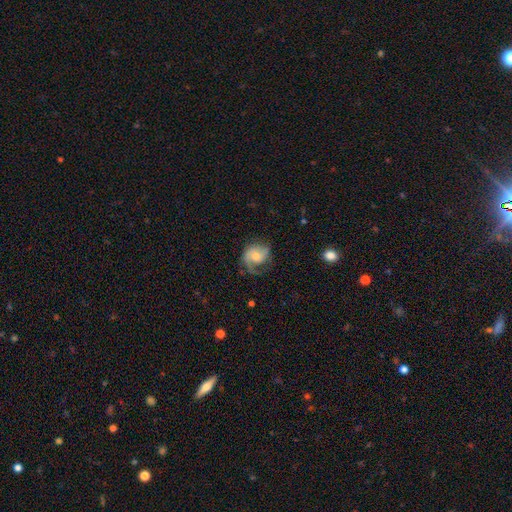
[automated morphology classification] A featured or disk galaxy (63%) with no bar (68%), 2 (48%) medium (42%) spiral arms (89%) and a moderate central bulge (46%).

Vote fractions:
- Smooth or featured? featured or disk: 63% / smooth: 30% / star or artifact: 7%
- Edge-on disk? no: 97% / yes: 3%
- Bar? no: 68% / weak: 26% / strong: 5%
- Spiral arms? yes: 89% / no: 11%
- Spiral winding? medium: 42% / loose: 31% / tight: 27%
- Spiral arm count? 2: 48% / 1: 36% / can't tell: 10% / 3: 3% / 4: 1% / more than 4: 1%
- Bulge size? moderate: 46% / small: 43% / large: 5% / none: 4% / dominant: 1%
- Merging? none: 51% / minor disturbance: 25% / major disturbance: 22% / merger: 2%